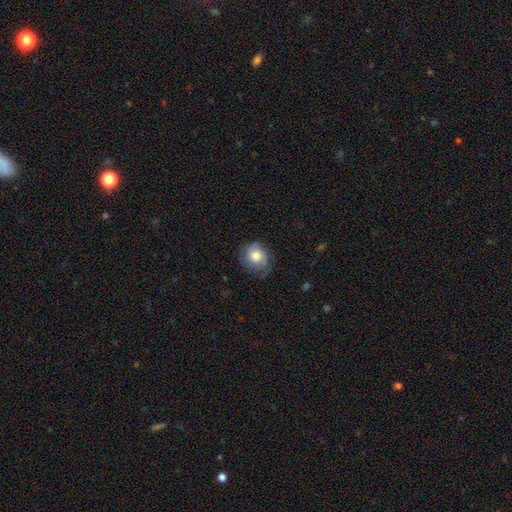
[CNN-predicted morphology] smooth 73%, featured or disk 20%, star or artifact 8%. Down the decision tree: how rounded — round (71%); merging — none (60%).